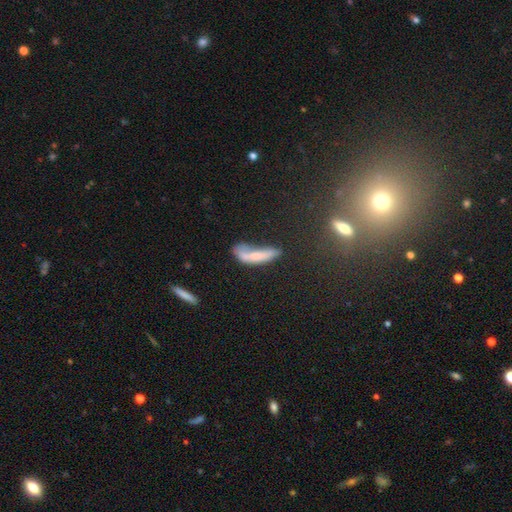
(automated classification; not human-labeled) Smooth or featured?
  - smooth: 56% *
  - featured or disk: 33%
  - star or artifact: 11%
How rounded?
  - cigar-shaped: 64% *
  - in between: 32%
  - round: 3%
Merging?
  - major disturbance: 29% *
  - none: 28%
  - minor disturbance: 23%
  - merger: 20%